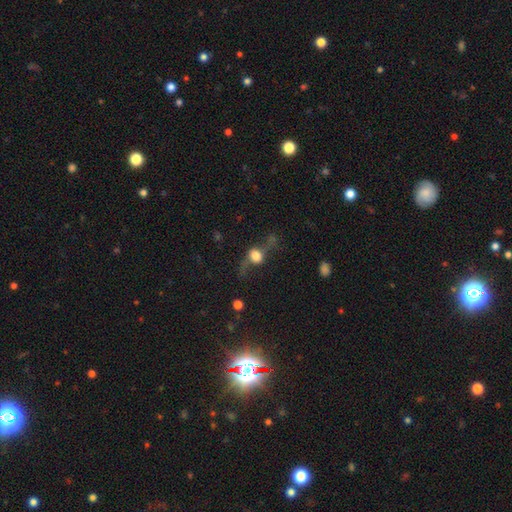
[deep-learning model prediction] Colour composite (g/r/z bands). It shows a featured or disk galaxy (45%). Merging: none (52%).